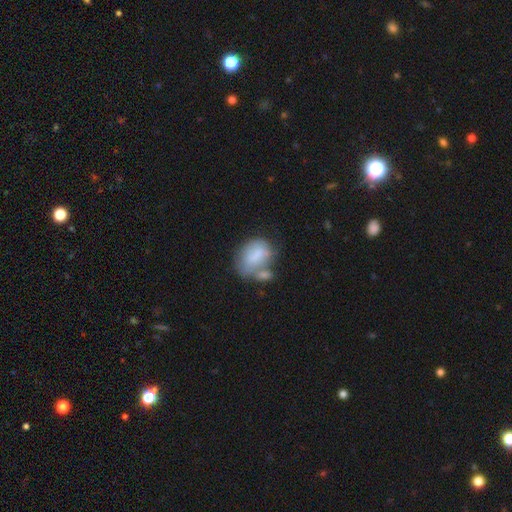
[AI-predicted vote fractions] Morphology: type=smooth (66%); roundness=in between (73%); merging=merger (35%).